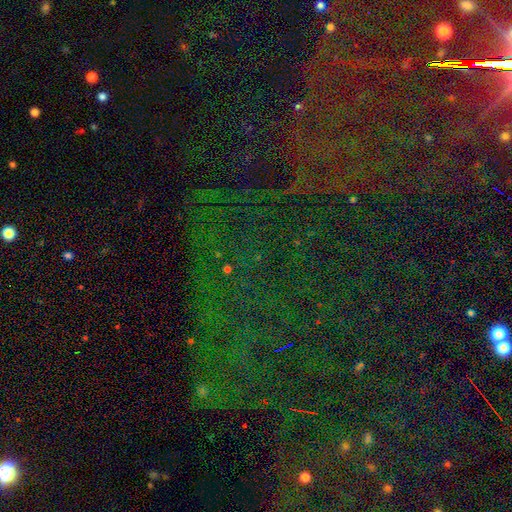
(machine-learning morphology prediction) smooth-or-featured: star or artifact: 80% | smooth: 11% | featured or disk: 9%